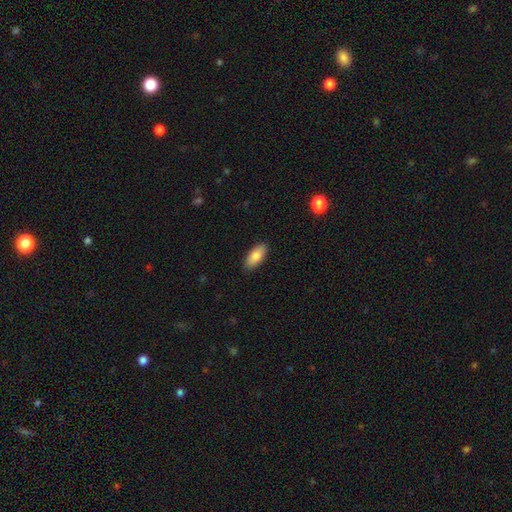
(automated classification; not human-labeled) Overall: smooth (85%). How rounded: in between (88%). Merging: none (89%).